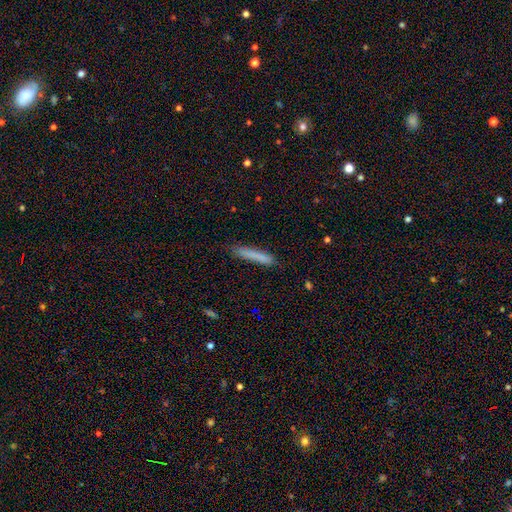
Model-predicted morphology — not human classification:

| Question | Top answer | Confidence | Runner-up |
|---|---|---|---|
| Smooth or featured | smooth | 78% | featured or disk (14%) |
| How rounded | cigar-shaped | 94% | in between (4%) |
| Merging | none | 82% | minor disturbance (14%) |